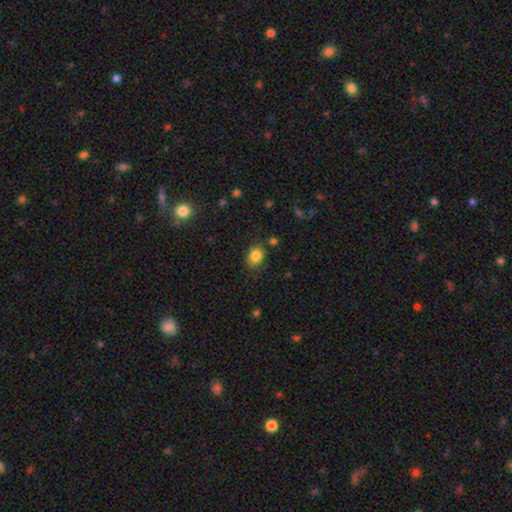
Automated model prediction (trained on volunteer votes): This is clearly a smooth galaxy (84%). How rounded: likely in between (62%). Merging: likely none (76%).